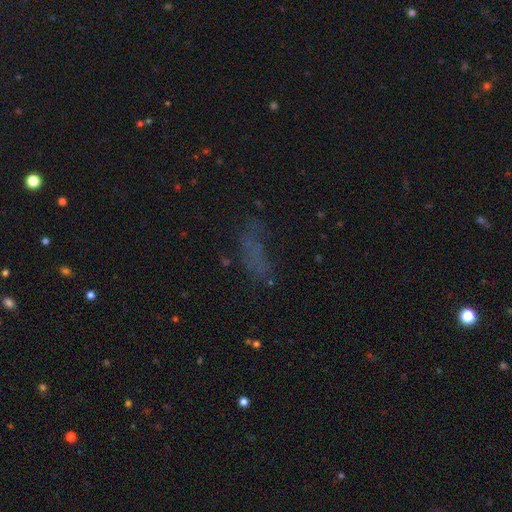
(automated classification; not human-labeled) This is possibly a smooth galaxy (46%). Merging: possibly none (54%).